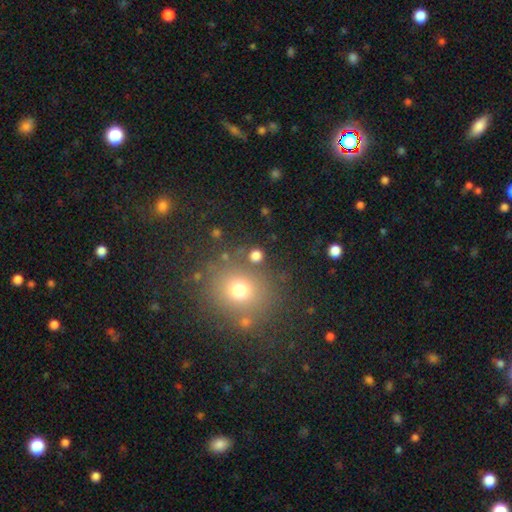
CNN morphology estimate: Smooth or featured? Predicted: smooth (p=0.76). How rounded? Predicted: round (p=0.85). Merging? Predicted: none (p=0.82).